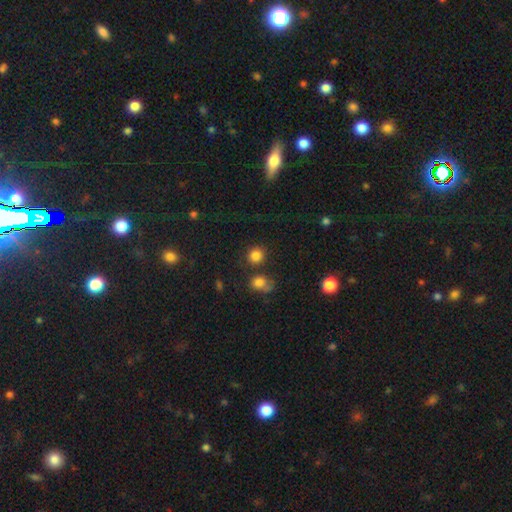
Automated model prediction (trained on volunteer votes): smooth_or_featured: smooth (p=0.82) [alt: star or artifact p=0.13]
how_rounded: round (p=0.90) [alt: in between p=0.09]
merging: none (p=0.77) [alt: merger p=0.10]